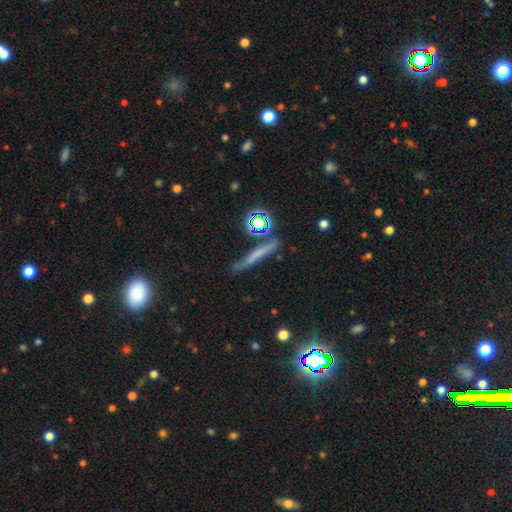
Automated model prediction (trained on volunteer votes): Morphology: type=smooth (42%); merging=none (81%).